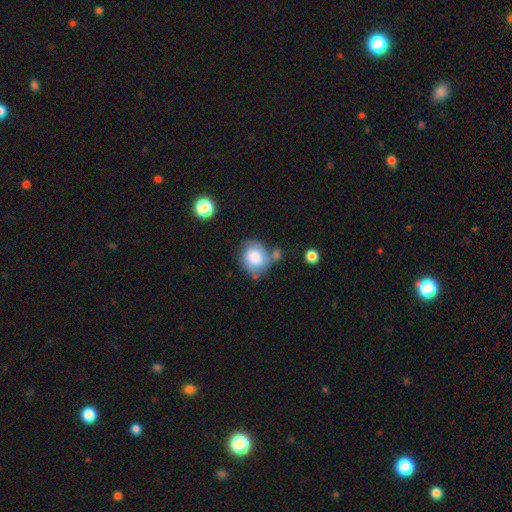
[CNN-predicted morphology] This is likely a smooth galaxy (66%). How rounded: likely round (75%). Merging: possibly none (52%).